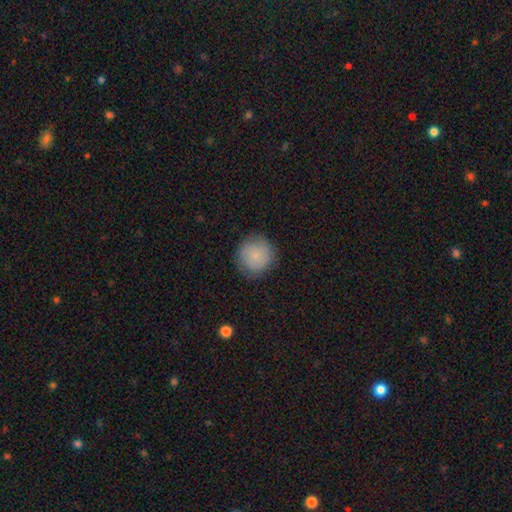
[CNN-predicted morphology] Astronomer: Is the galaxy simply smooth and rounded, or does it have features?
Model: smooth — 80%.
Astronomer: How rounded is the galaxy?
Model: round — 92%.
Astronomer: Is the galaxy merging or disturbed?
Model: none — 82%.